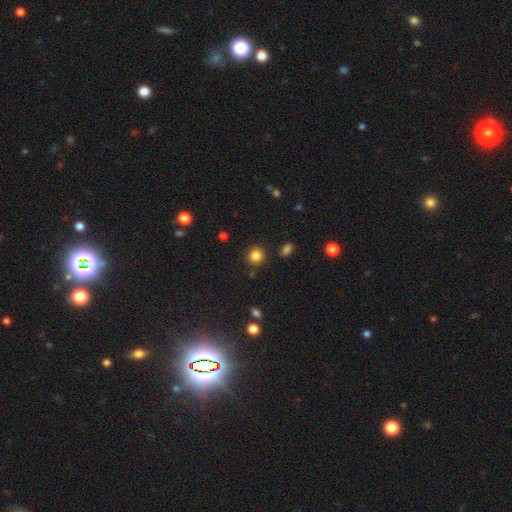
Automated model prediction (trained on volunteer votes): A smooth galaxy with no disk features (84%) that is round (91%).

Vote fractions:
- Smooth or featured? smooth: 84% / star or artifact: 12% / featured or disk: 4%
- How rounded? round: 91% / in between: 8% / cigar-shaped: 1%
- Merging? none: 88% / minor disturbance: 7% / merger: 3% / major disturbance: 2%